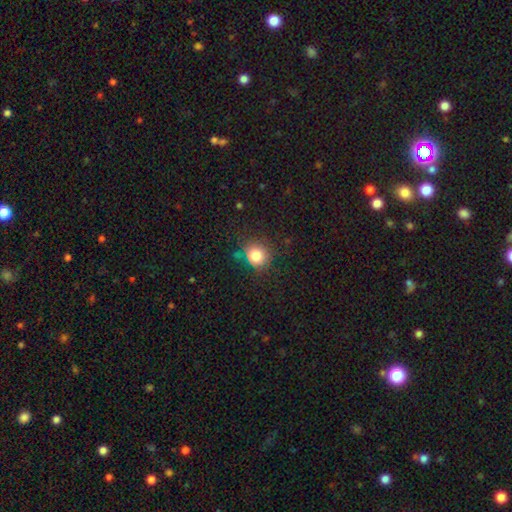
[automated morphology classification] This appears to be a smooth galaxy with no disk features (82%) that is round (84%). Merging: none (78%).